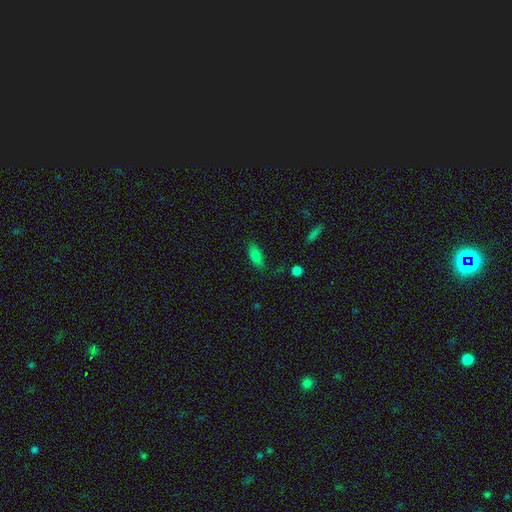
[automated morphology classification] Smooth or featured? smooth (81%)
How rounded? in between (82%)
Merging? none (76%)